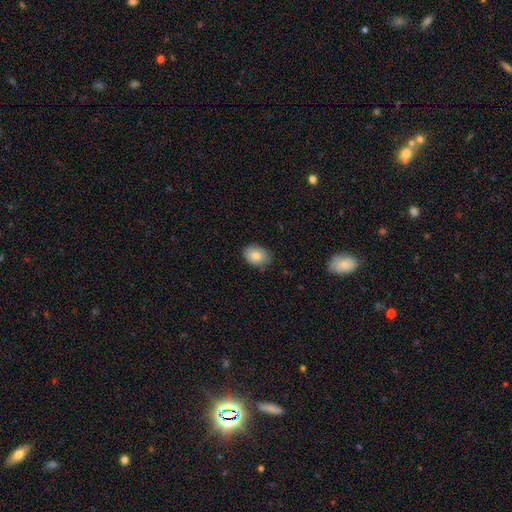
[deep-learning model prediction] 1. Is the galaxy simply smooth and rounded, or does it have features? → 82% smooth, 10% featured or disk, 8% star or artifact.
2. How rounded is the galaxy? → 73% in between, 26% round, 1% cigar-shaped.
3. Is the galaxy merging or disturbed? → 82% none, 14% minor disturbance, 2% major disturbance, 1% merger.